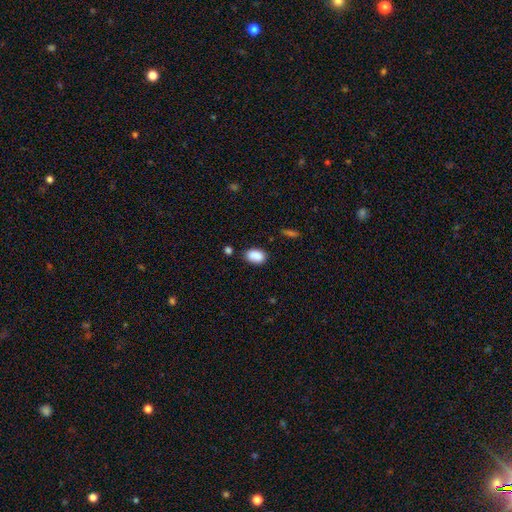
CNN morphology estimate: smooth-or-featured: smooth: 87% | star or artifact: 8% | featured or disk: 5%
  how-rounded: in between: 87% | round: 12% | cigar-shaped: 2%
  merging: none: 74% | minor disturbance: 16% | merger: 6% | major disturbance: 4%